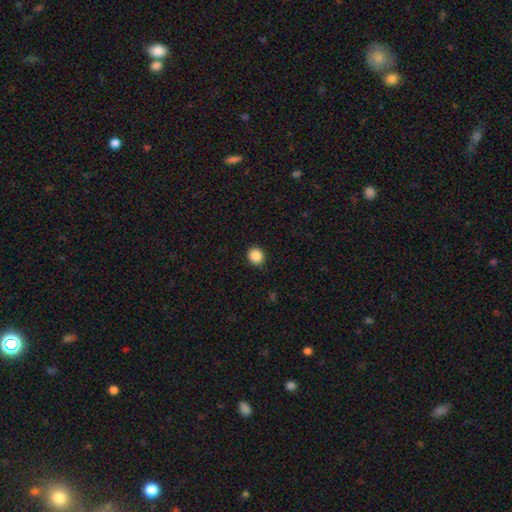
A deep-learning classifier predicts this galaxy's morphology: Overall: smooth (87%). How rounded: round (83%). Merging: none (91%).